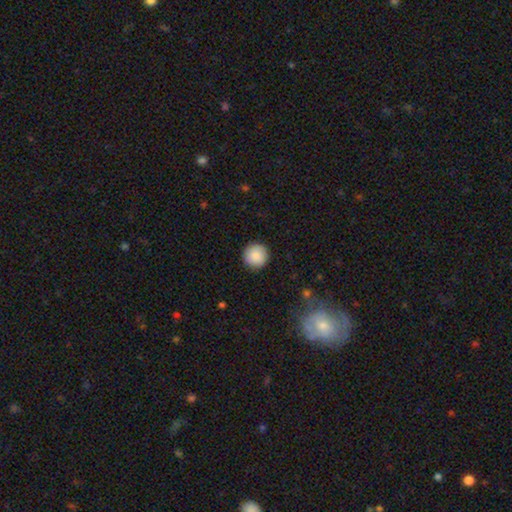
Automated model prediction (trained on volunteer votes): Smooth or featured?
  - smooth: 88% *
  - star or artifact: 7%
  - featured or disk: 5%
How rounded?
  - round: 96% *
  - in between: 3%
  - cigar-shaped: 1%
Merging?
  - none: 91% *
  - minor disturbance: 6%
  - major disturbance: 2%
  - merger: 1%